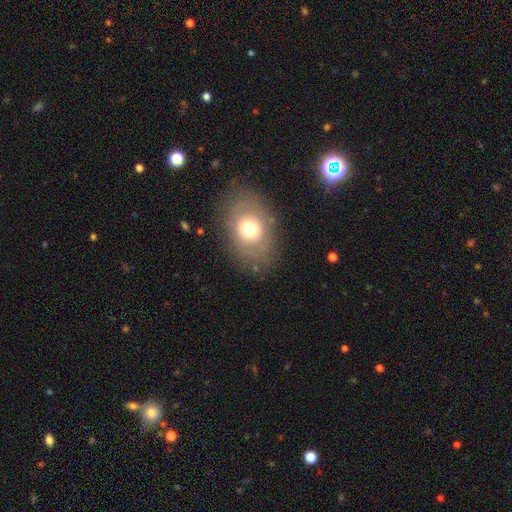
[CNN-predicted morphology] The model was most divided on "smooth or featured": smooth: 61%, featured or disk: 27%, star or artifact: 12%. More confident: merging — none (81%); how rounded — in between (72%).